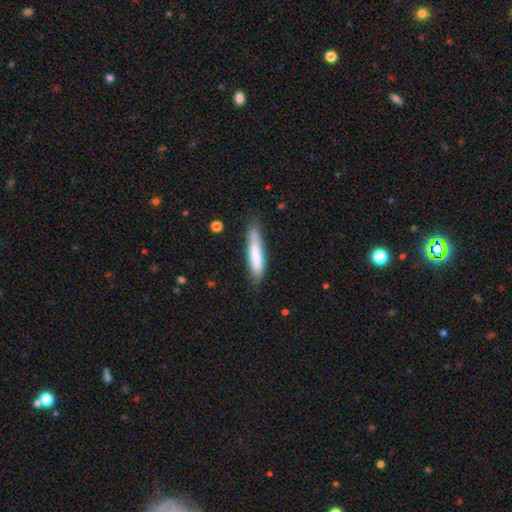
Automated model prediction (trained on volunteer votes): A smooth galaxy with no disk features (72%) that is cigar-shaped (84%). Merging: none (72%).